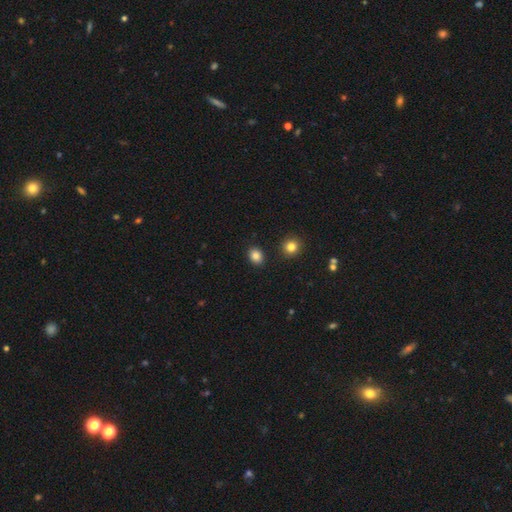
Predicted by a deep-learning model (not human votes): smooth 85%, star or artifact 11%, featured or disk 5%. Down the decision tree: how rounded — round (52%); merging — none (89%).